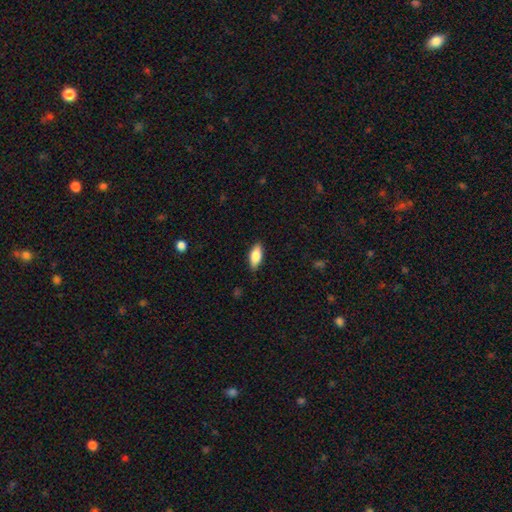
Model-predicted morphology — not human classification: Overall: smooth (80%). How rounded: in between (82%). Merging: none (86%).